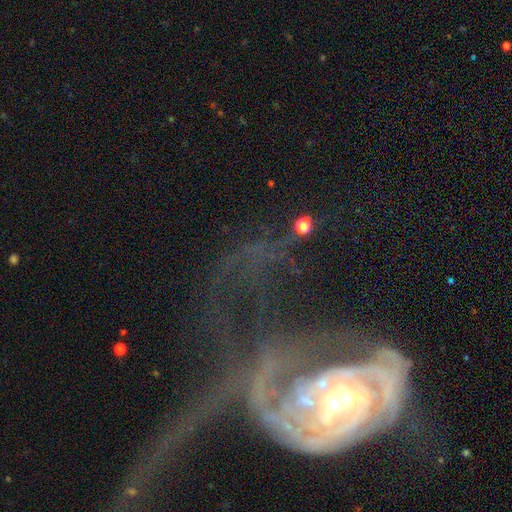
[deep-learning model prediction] Overall: featured or disk (82%). Edge-on disk: no (95%). Bar: no (41%; weak 34%). Spiral arms: yes (90%). Spiral arm count: 2 (42%; can't tell 25%). Spiral winding: tight (53%; medium 32%). Bulge size: small (50%; moderate 40%). Merging: major disturbance (34%; merger 28%).